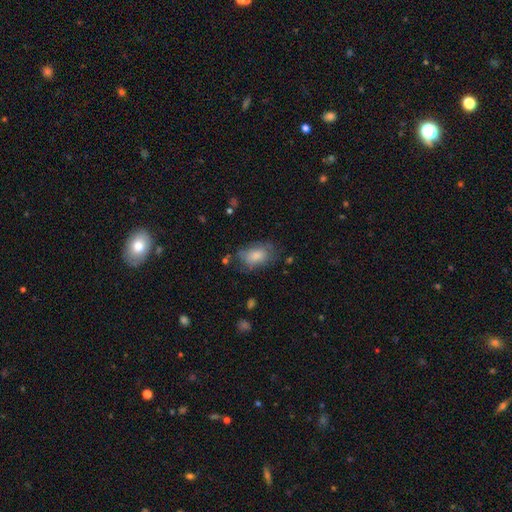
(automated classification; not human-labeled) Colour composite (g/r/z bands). It shows a smooth galaxy with no disk features (74%) that is in between round and cigar-shaped (87%). Merging: none (57%).